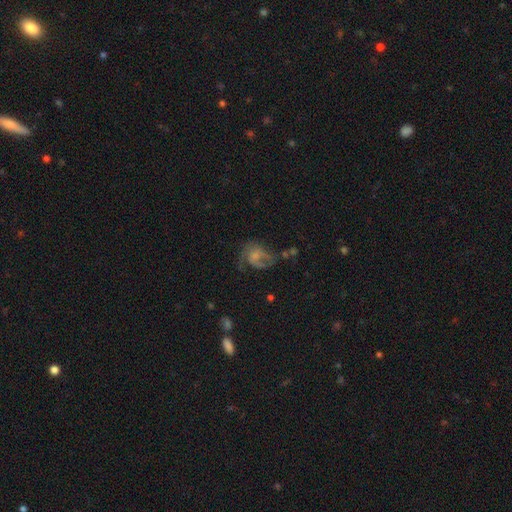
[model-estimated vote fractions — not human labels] smooth_or_featured: featured or disk (p=0.62) [alt: smooth p=0.28]
disk_edge_on: no (p=0.98) [alt: yes p=0.02]
bar: no (p=0.67) [alt: weak p=0.28]
has_spiral_arms: yes (p=0.79) [alt: no p=0.21]
bulge_size: small (p=0.48) [alt: moderate p=0.25]
merging: major disturbance (p=0.41) [alt: none p=0.32]